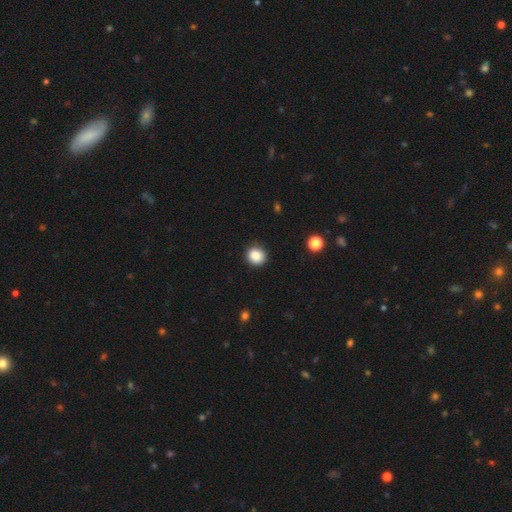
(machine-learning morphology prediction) Smooth or featured: smooth — 88% (star or artifact — 10%)
How rounded: round — 84% (in between — 15%)
Merging: none — 89% (minor disturbance — 8%)